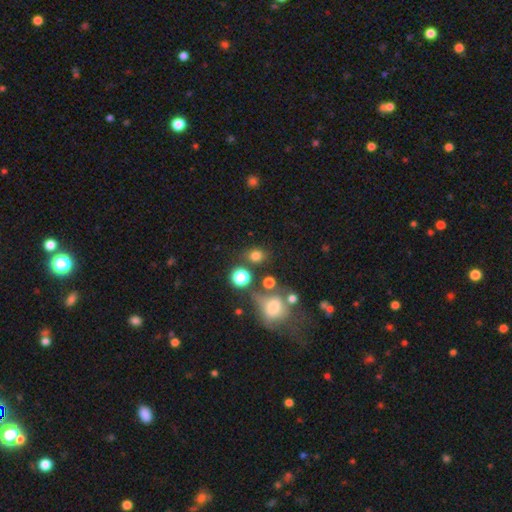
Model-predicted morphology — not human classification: Smooth or featured?
  - smooth: 75% *
  - star or artifact: 18%
  - featured or disk: 7%
How rounded?
  - round: 68% *
  - in between: 31%
  - cigar-shaped: 2%
Merging?
  - none: 73% *
  - minor disturbance: 12%
  - merger: 10%
  - major disturbance: 6%